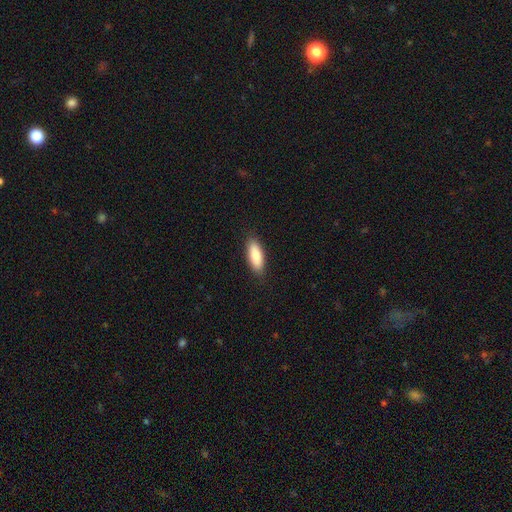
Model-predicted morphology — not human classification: smooth 85%, featured or disk 9%, star or artifact 6%. Down the decision tree: how rounded — in between (65%); merging — none (88%).